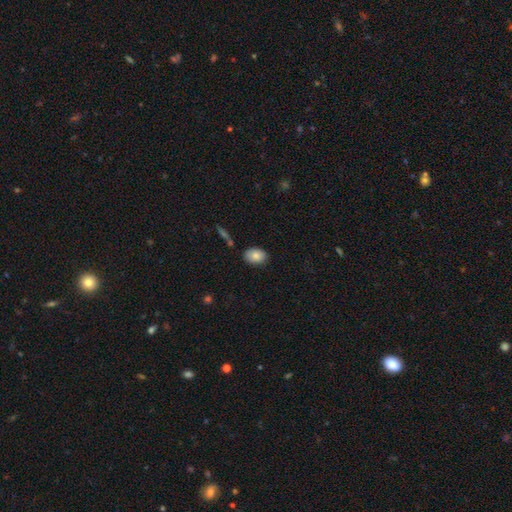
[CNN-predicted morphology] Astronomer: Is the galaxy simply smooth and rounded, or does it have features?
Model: smooth — 84%.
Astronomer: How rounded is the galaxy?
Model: in between — 85%.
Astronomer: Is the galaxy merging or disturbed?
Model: none — 84%.